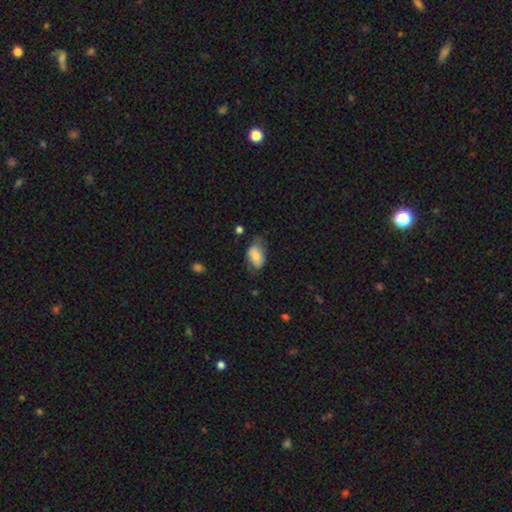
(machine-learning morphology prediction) Smooth or featured? smooth (75%)
How rounded? in between (90%)
Merging? none (54%)